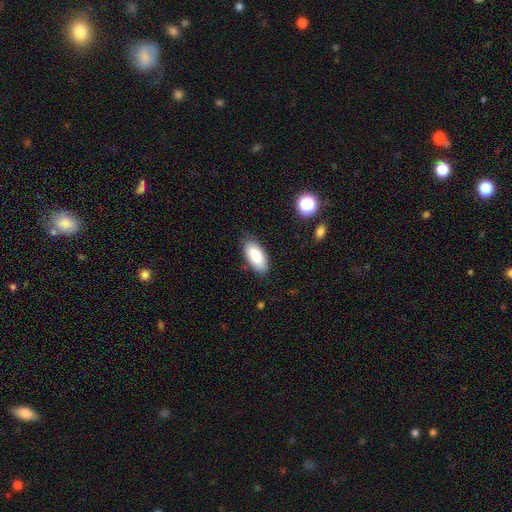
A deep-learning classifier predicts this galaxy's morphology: A smooth galaxy with no disk features (85%) that is in between round and cigar-shaped (91%). Merging: none (83%).